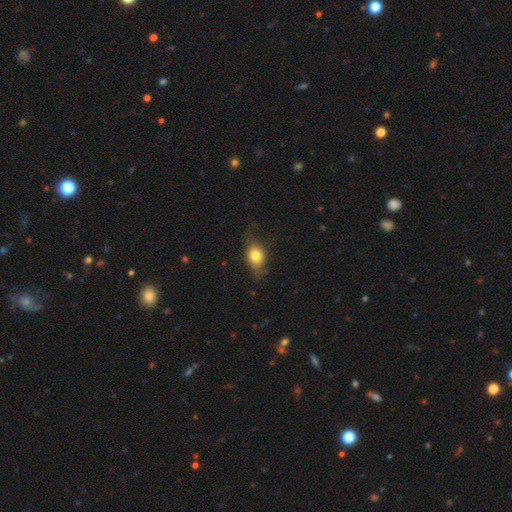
Volunteers were most divided on "merging" (2-way tie): none: 40%, minor disturbance: 40%, major disturbance: 20%, merger: 0%. More confident: smooth or featured — smooth (79%); how rounded — in between (57%).